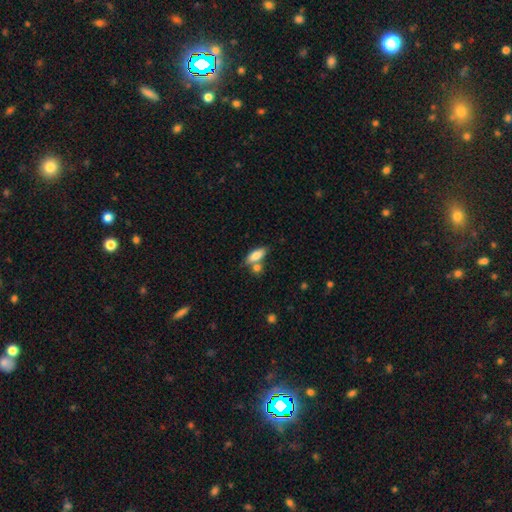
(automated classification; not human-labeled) Q: Smooth or featured?
A: smooth (78%); runner-up: featured or disk (15%)
Q: How rounded?
A: in between (77%); runner-up: cigar-shaped (20%)
Q: Merging?
A: none (56%); runner-up: merger (27%)